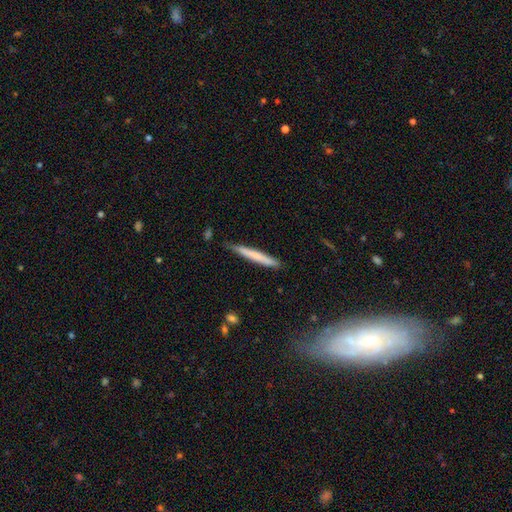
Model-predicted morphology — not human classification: This is likely a smooth galaxy (65%). How rounded: clearly cigar-shaped (96%). Merging: clearly none (82%).